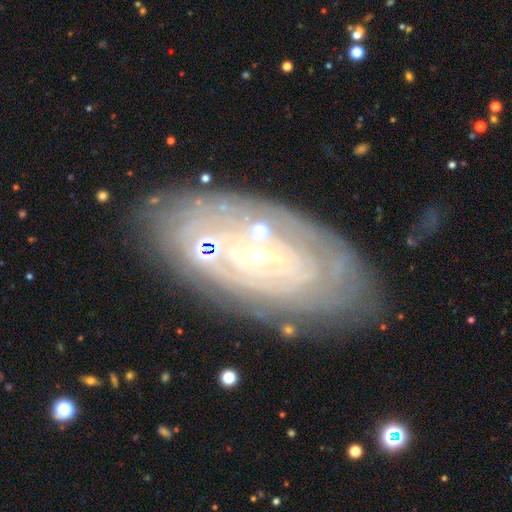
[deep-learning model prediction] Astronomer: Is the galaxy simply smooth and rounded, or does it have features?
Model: featured or disk — 77%.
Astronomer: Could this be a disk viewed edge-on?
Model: no — 92%.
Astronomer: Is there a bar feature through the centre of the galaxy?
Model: no — 63%.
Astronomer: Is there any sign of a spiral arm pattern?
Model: yes — 76%.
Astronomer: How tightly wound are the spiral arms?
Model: tight — 77%.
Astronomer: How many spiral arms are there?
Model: can't tell — 61%.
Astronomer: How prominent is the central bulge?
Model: small — 79%.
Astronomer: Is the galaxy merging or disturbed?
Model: none — 74%.